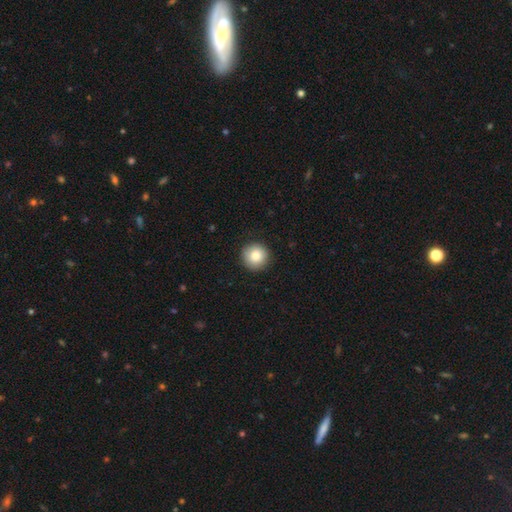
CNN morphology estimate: The model was most divided on "smooth or featured": smooth: 85%, star or artifact: 8%, featured or disk: 7%. More confident: how rounded — round (96%); merging — none (91%).